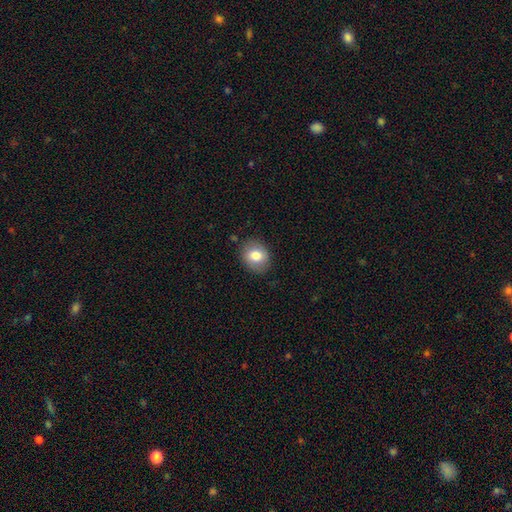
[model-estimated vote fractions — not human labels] Smooth or featured?
  - smooth: 79% *
  - featured or disk: 13%
  - star or artifact: 8%
How rounded?
  - round: 56% *
  - in between: 43%
  - cigar-shaped: 1%
Merging?
  - none: 84% *
  - minor disturbance: 11%
  - major disturbance: 3%
  - merger: 1%